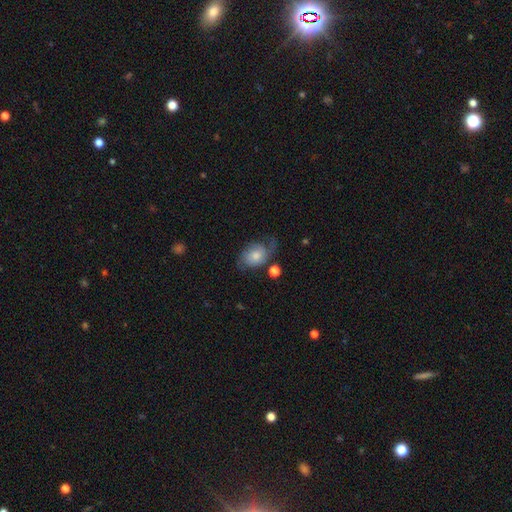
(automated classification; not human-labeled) Smooth or featured? Predicted: smooth (p=0.48). Merging? Predicted: none (p=0.46).